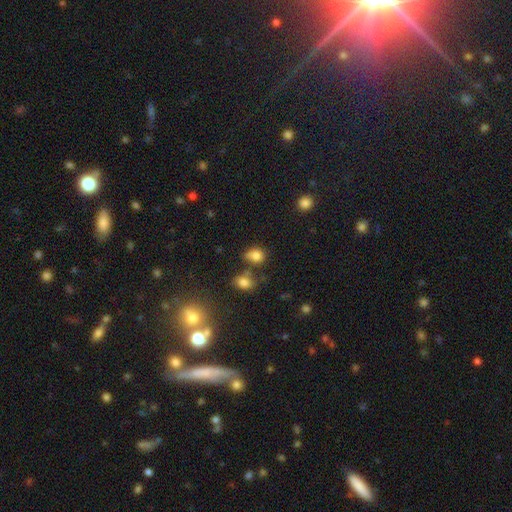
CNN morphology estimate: type=smooth (80%); roundness=round (52%); merging=none (51%).